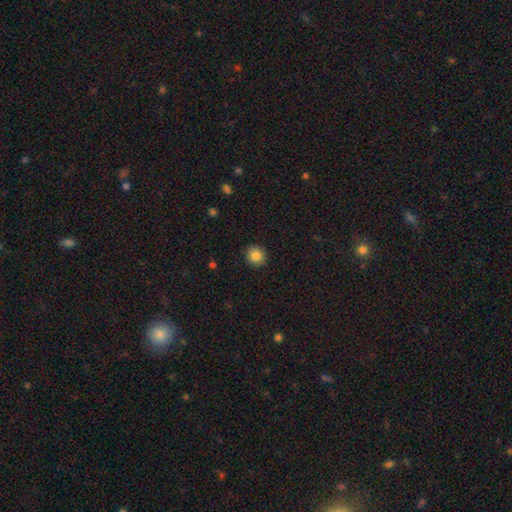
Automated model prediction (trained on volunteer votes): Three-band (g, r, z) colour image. It shows a smooth galaxy with no disk features (84%) that is round (93%). Merging: none (92%).